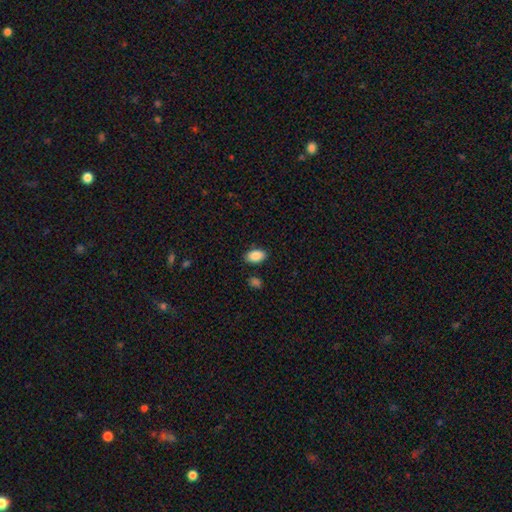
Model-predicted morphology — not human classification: smooth 88%, star or artifact 7%, featured or disk 4%. Down the decision tree: how rounded — in between (91%); merging — none (85%).